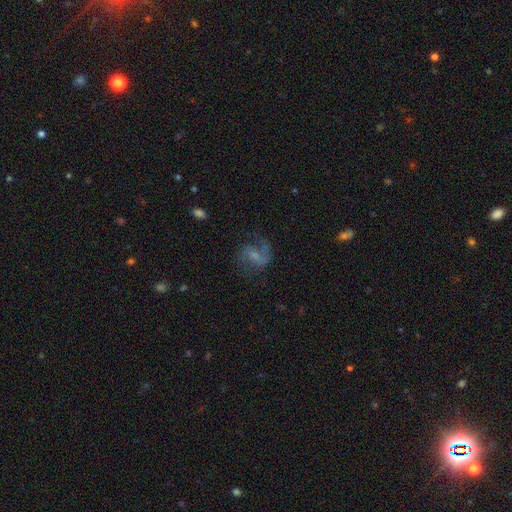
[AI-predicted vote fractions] A featured or disk galaxy (70%) with a weak bar (48%), 2 (68%) loose (49%) spiral arms (91%) and a small central bulge (42%). Merging: none (57%).